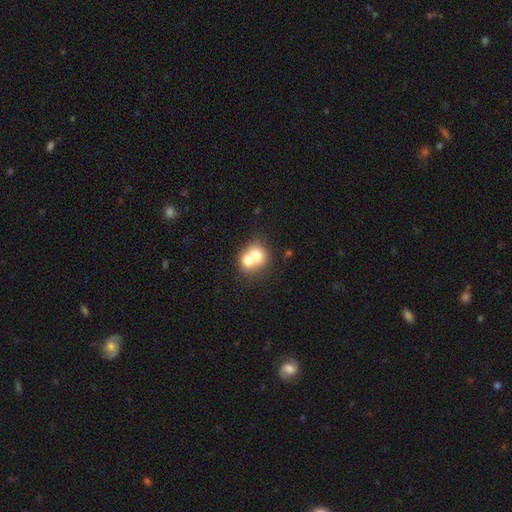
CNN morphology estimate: This is likely a smooth galaxy (68%). How rounded: likely round (66%). Merging: likely merger (71%).